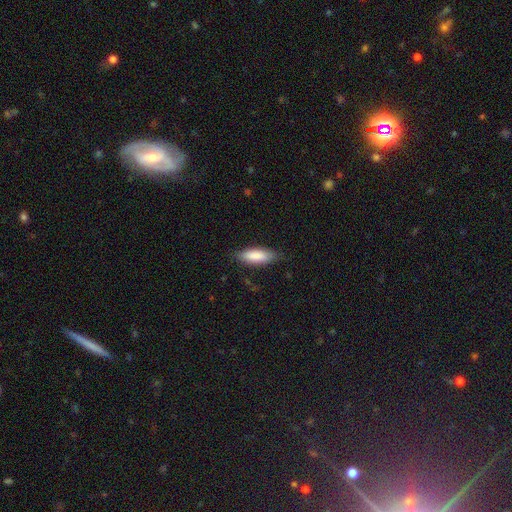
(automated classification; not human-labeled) This appears to be a smooth galaxy with no disk features (86%) that is in between round and cigar-shaped (63%). Merging: none (80%).